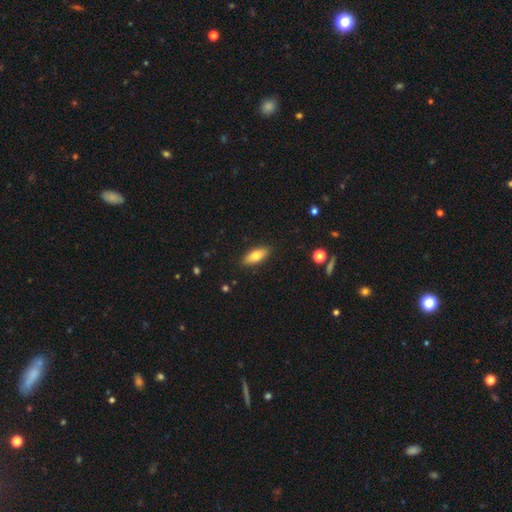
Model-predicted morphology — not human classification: A smooth galaxy with no disk features (75%) that is in between round and cigar-shaped (78%).

Vote fractions:
- Smooth or featured? smooth: 75% / featured or disk: 19% / star or artifact: 7%
- How rounded? in between: 78% / cigar-shaped: 19% / round: 3%
- Merging? none: 88% / minor disturbance: 9% / major disturbance: 2% / merger: 1%